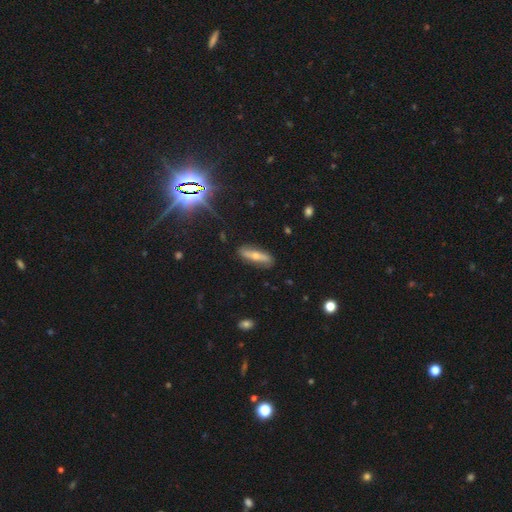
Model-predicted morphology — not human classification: This appears to be a featured or disk galaxy (48%). Merging: none (83%).